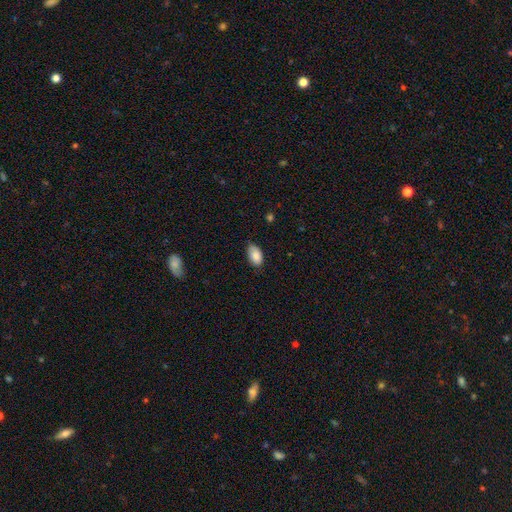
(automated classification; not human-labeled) A smooth galaxy with no disk features (86%) that is in between round and cigar-shaped (93%).

Vote fractions:
- Smooth or featured? smooth: 86% / star or artifact: 7% / featured or disk: 7%
- How rounded? in between: 93% / round: 5% / cigar-shaped: 1%
- Merging? none: 70% / minor disturbance: 25% / major disturbance: 4% / merger: 1%